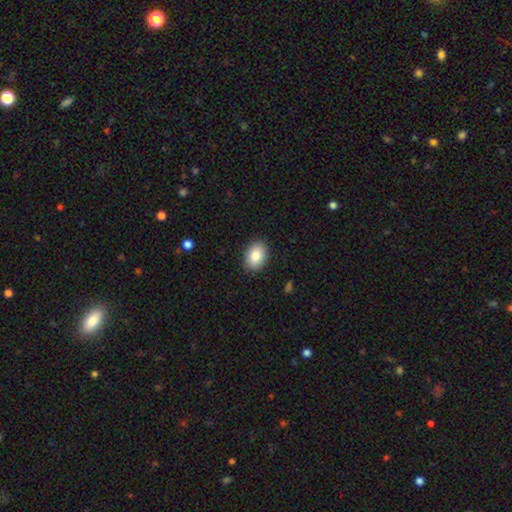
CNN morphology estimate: This is clearly a smooth galaxy (88%). How rounded: clearly in between (82%). Merging: clearly none (89%).